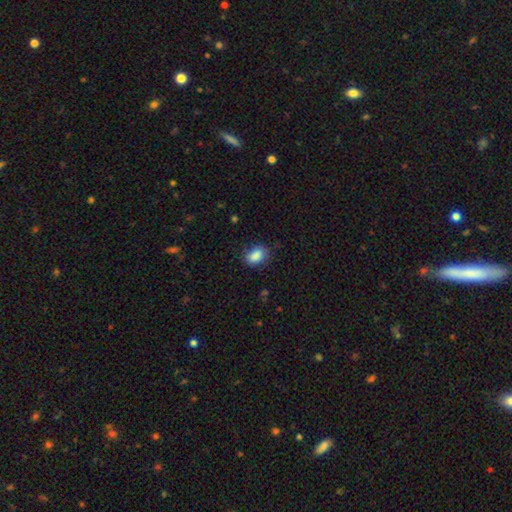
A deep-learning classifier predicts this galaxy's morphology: This is clearly a smooth galaxy (88%). How rounded: clearly in between (83%). Merging: likely none (79%).